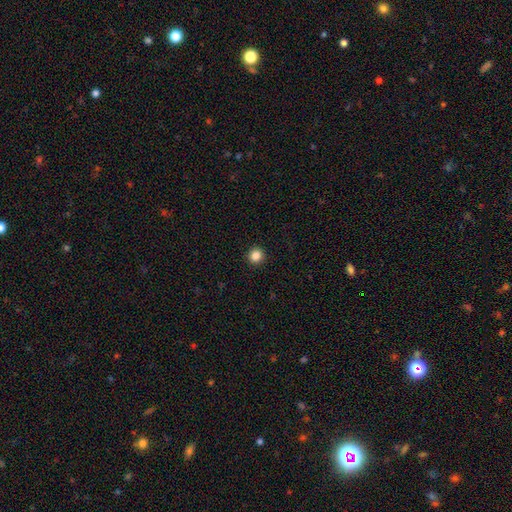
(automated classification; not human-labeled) smooth_or_featured: smooth (p=0.85) [alt: star or artifact p=0.11]
how_rounded: round (p=0.95) [alt: in between p=0.04]
merging: none (p=0.94) [alt: minor disturbance p=0.04]